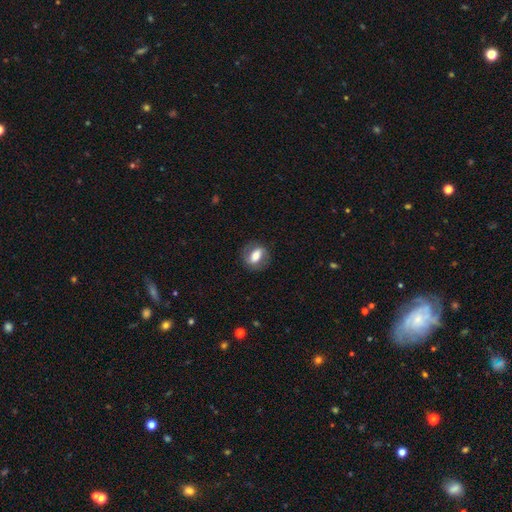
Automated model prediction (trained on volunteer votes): A smooth galaxy with no disk features (50%).

Vote fractions:
- Smooth or featured? smooth: 50% / featured or disk: 43% / star or artifact: 8%
- Merging? none: 78% / minor disturbance: 14% / major disturbance: 7% / merger: 1%